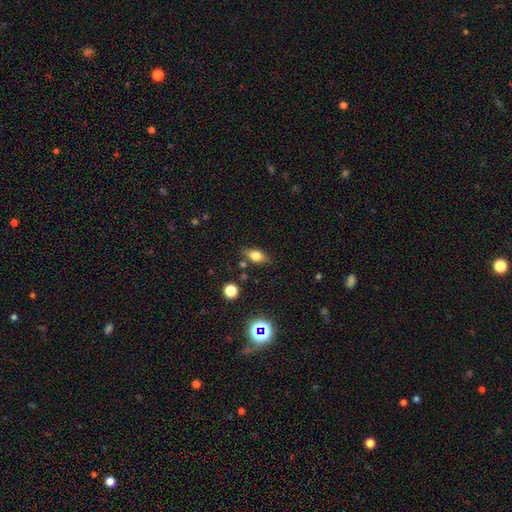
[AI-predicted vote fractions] A smooth galaxy with no disk features (72%) that is in between round and cigar-shaped (77%).

Vote fractions:
- Smooth or featured? smooth: 72% / featured or disk: 17% / star or artifact: 11%
- How rounded? in between: 77% / round: 15% / cigar-shaped: 8%
- Merging? none: 76% / minor disturbance: 16% / merger: 4% / major disturbance: 4%